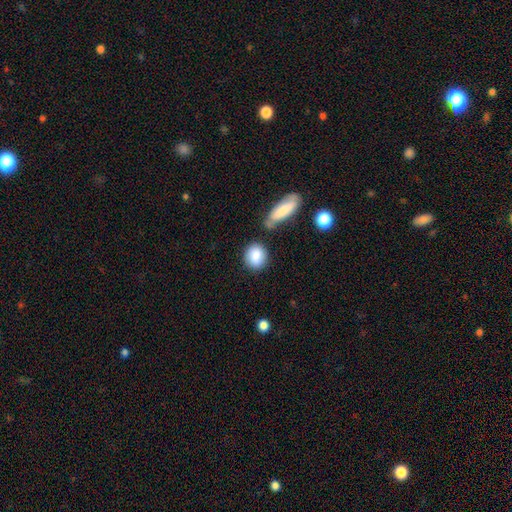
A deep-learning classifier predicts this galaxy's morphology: Smooth or featured? smooth (86%)
How rounded? round (63%)
Merging? none (71%)